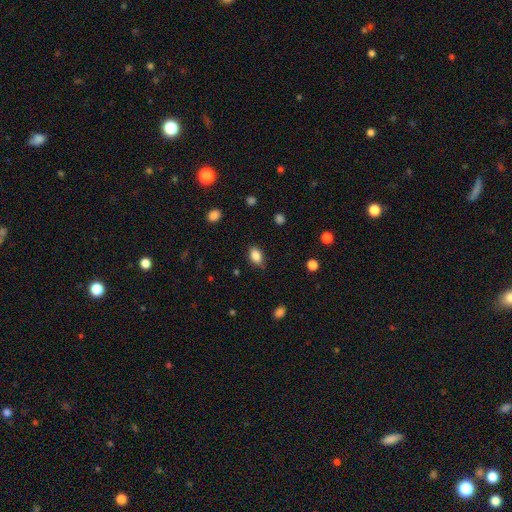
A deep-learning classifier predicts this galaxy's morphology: Smooth or featured: smooth — 86% (star or artifact — 9%)
How rounded: in between — 83% (round — 15%)
Merging: none — 78% (minor disturbance — 17%)